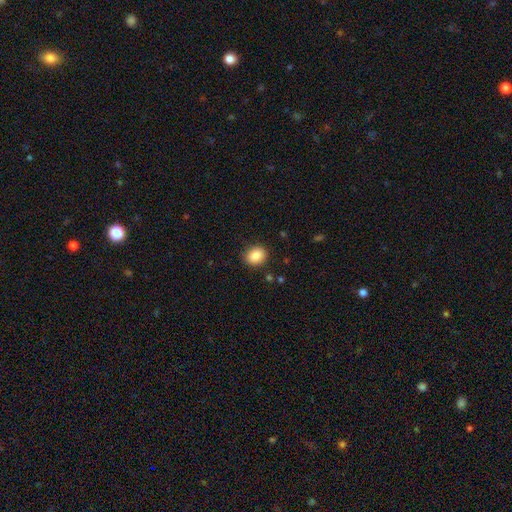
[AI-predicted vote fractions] Smooth or featured? Predicted: smooth (p=0.88). How rounded? Predicted: round (p=0.57). Merging? Predicted: none (p=0.87).